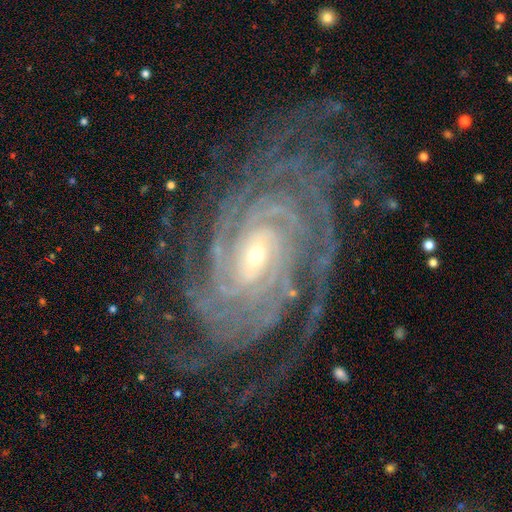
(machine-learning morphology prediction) Smooth or featured: featured or disk — 92% (star or artifact — 5%)
Edge-on disk: no — 96% (yes — 4%)
Bar: no — 40% (weak — 37%)
Spiral arms: yes — 99% (no — 1%)
Spiral winding: tight — 81% (medium — 16%)
Spiral arm count: more than 4 — 26% (4 — 25%)
Bulge size: small — 69% (moderate — 28%)
Merging: none — 76% (minor disturbance — 15%)